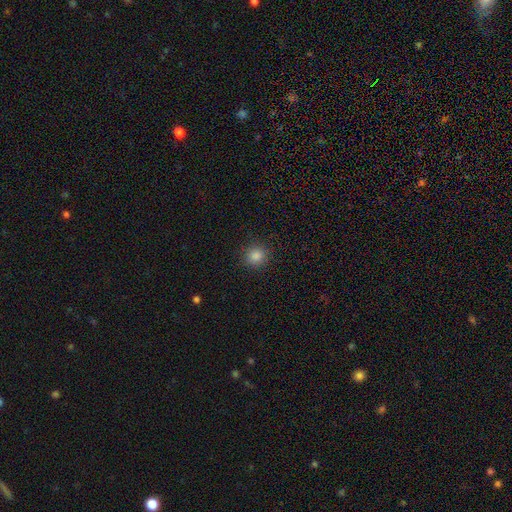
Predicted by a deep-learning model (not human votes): A smooth galaxy with no disk features (83%) that is round (91%).

Vote fractions:
- Smooth or featured? smooth: 83% / star or artifact: 13% / featured or disk: 4%
- How rounded? round: 91% / in between: 8% / cigar-shaped: 1%
- Merging? none: 91% / minor disturbance: 6% / major disturbance: 2% / merger: 1%